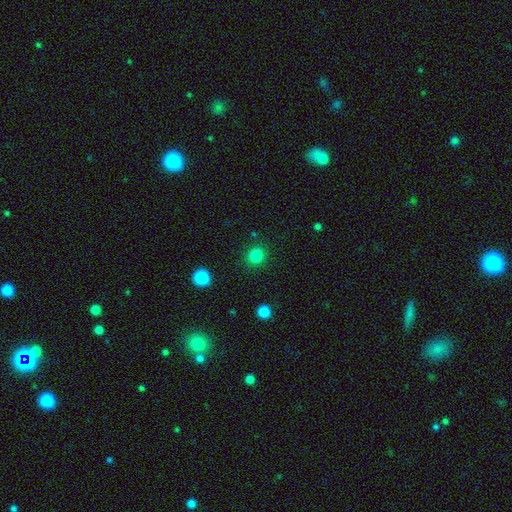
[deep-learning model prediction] Overall: smooth (84%). How rounded: round (89%). Merging: none (89%).